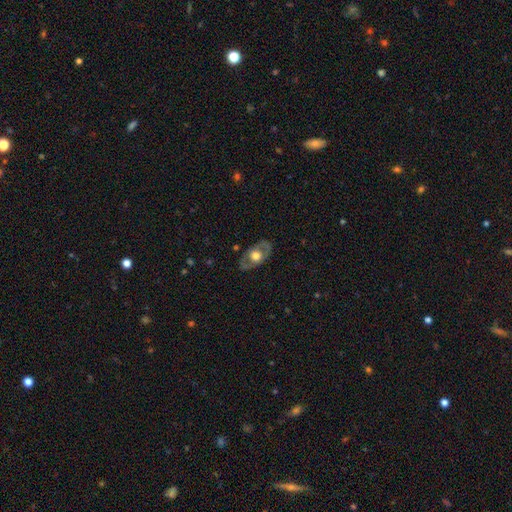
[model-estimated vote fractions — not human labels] Smooth or featured? featured or disk (55%)
Edge-on disk? no (86%)
Merging? none (79%)